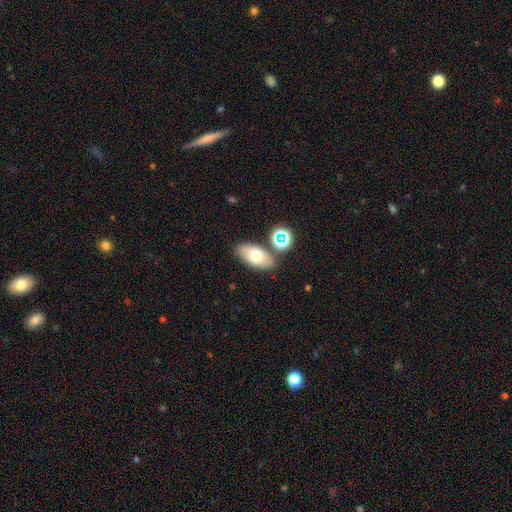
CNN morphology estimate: Smooth or featured: smooth — 70% (featured or disk — 20%)
How rounded: in between — 91% (round — 6%)
Merging: none — 77% (minor disturbance — 12%)